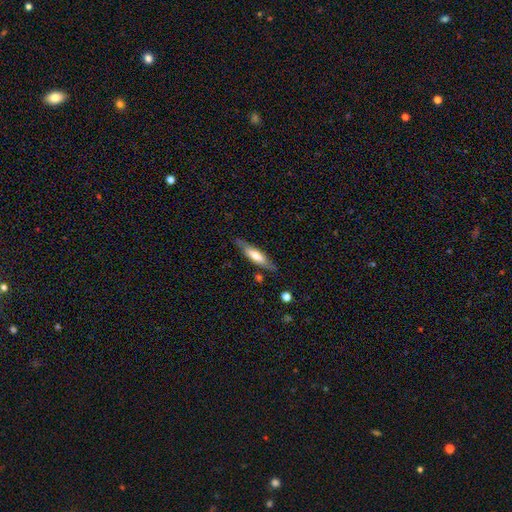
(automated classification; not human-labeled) Smooth or featured?
  - smooth: 50% *
  - featured or disk: 44%
  - star or artifact: 6%
Merging?
  - none: 79% *
  - minor disturbance: 15%
  - major disturbance: 4%
  - merger: 2%